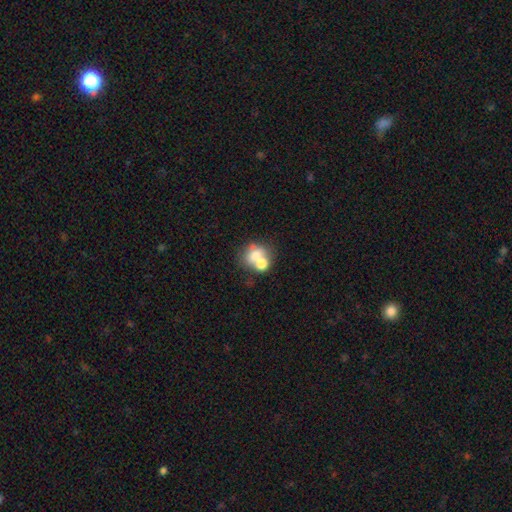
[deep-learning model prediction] A smooth galaxy with no disk features (65%) that is round (53%).

Vote fractions:
- Smooth or featured? smooth: 65% / featured or disk: 23% / star or artifact: 12%
- How rounded? round: 53% / in between: 46% / cigar-shaped: 1%
- Merging? merger: 53% / none: 31% / minor disturbance: 9% / major disturbance: 7%